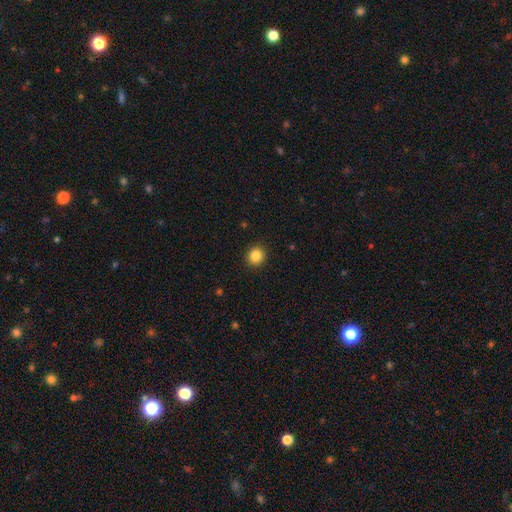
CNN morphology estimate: This appears to be a smooth galaxy with no disk features (85%) that is round (90%). Merging: none (92%).